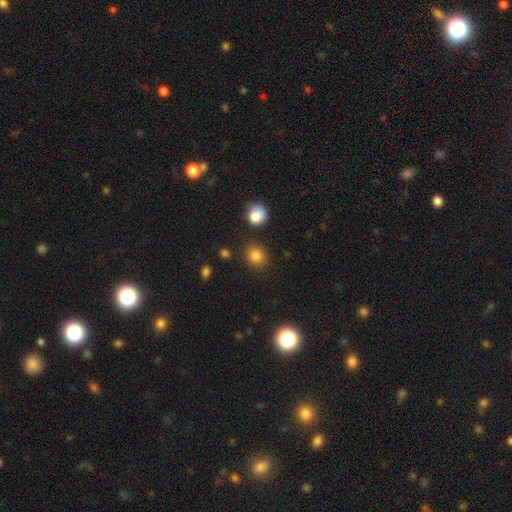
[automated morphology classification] smooth 83%, star or artifact 12%, featured or disk 5%. Down the decision tree: how rounded — round (75%); merging — none (85%).